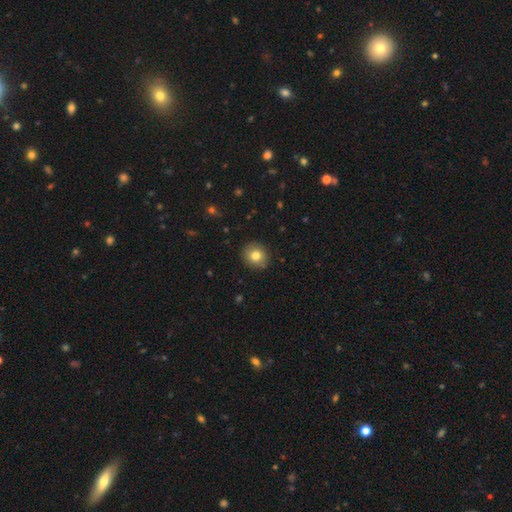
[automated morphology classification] smooth-or-featured: smooth: 81% | star or artifact: 9% | featured or disk: 9%
  how-rounded: round: 83% | in between: 16% | cigar-shaped: 1%
  merging: none: 89% | minor disturbance: 8% | major disturbance: 2% | merger: 1%